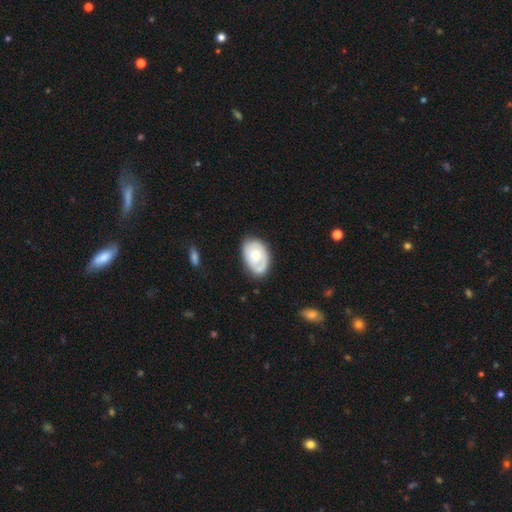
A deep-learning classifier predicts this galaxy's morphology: Smooth or featured? Predicted: featured or disk (p=0.51). Edge-on disk? Predicted: no (p=0.94). Merging? Predicted: none (p=0.67).